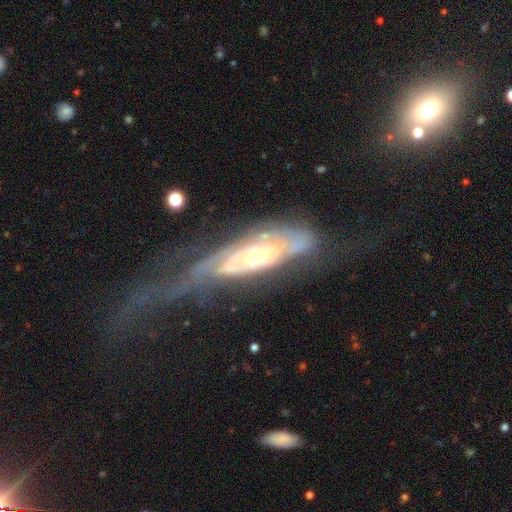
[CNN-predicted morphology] Overall: featured or disk (79%). Edge-on disk: no (81%). Bar: no (71%). Spiral arms: yes (84%). Spiral arm count: can't tell (56%; 2 22%). Spiral winding: tight (67%). Bulge size: small (61%; moderate 31%). Merging: major disturbance (42%; none 29%).